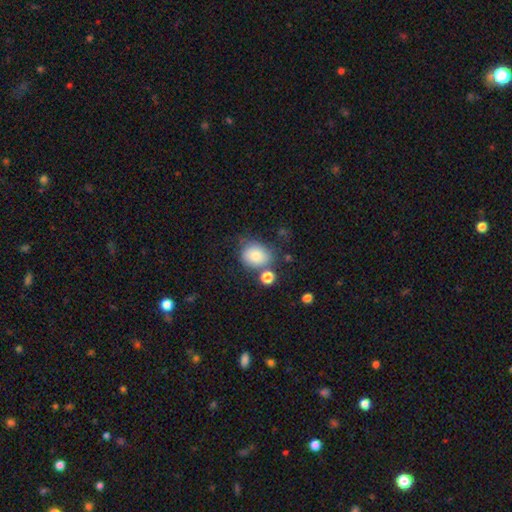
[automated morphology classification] The model was most divided on "how rounded": round: 55%, in between: 44%, cigar-shaped: 1%. More confident: smooth or featured — smooth (82%); merging — none (56%).